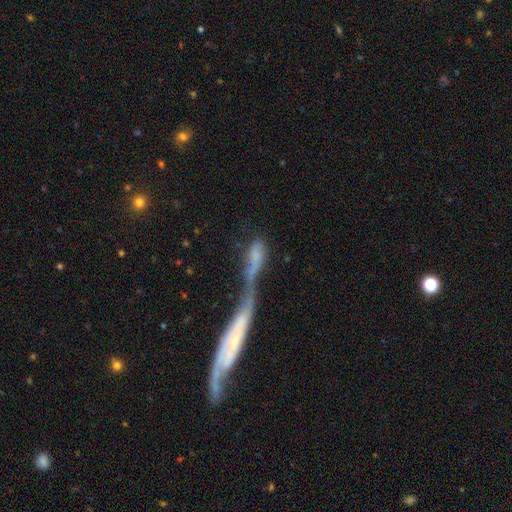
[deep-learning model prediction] Morphology: type=smooth (49%); merging=merger (75%).